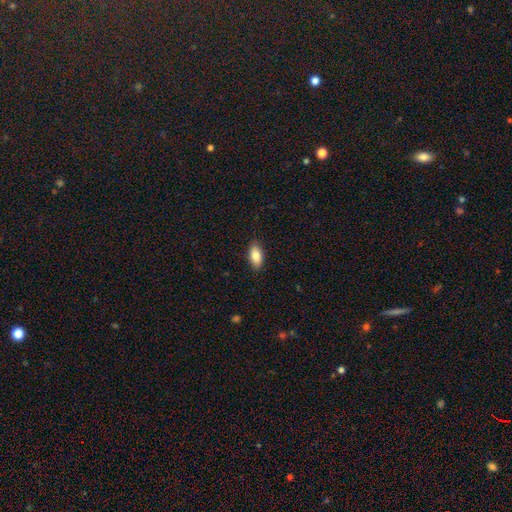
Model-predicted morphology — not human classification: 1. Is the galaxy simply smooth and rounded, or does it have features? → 85% smooth, 9% featured or disk, 7% star or artifact.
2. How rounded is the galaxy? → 91% in between, 6% cigar-shaped, 3% round.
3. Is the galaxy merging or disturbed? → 88% none, 9% minor disturbance, 2% major disturbance, 1% merger.